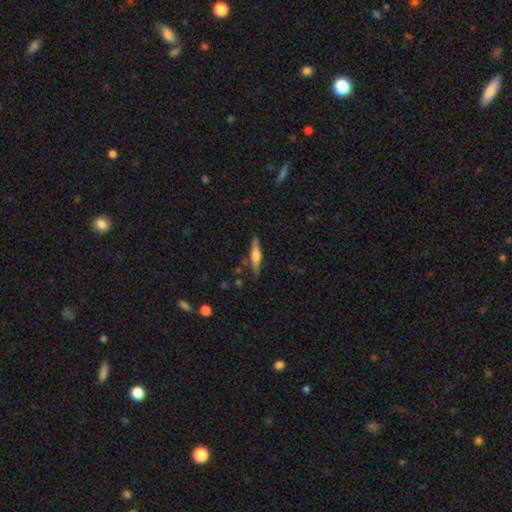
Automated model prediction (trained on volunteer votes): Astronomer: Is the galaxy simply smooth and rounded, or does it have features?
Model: featured or disk — 61%.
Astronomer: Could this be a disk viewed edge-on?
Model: yes — 96%.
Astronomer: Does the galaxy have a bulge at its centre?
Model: rounded — 84%.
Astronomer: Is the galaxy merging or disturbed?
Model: none — 85%.